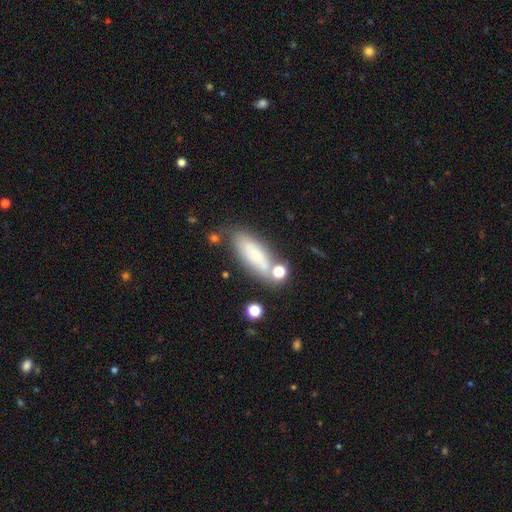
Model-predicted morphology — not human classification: The model was most divided on "how rounded": in between: 62%, cigar-shaped: 35%, round: 3%. More confident: smooth or featured — smooth (73%); merging — none (61%).